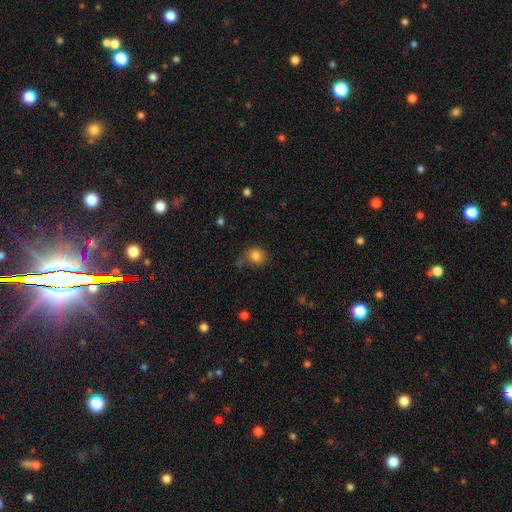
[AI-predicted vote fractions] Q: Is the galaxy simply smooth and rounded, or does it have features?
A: smooth — 83%.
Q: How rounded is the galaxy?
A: round — 81%.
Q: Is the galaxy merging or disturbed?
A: none — 63%.